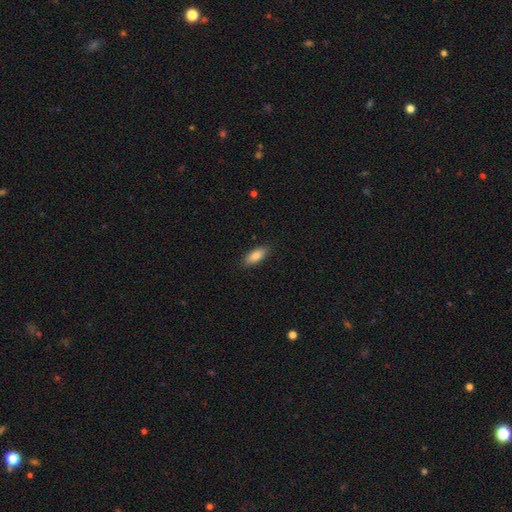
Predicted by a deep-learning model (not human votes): smooth-or-featured: smooth: 86% | featured or disk: 8% | star or artifact: 7%
  how-rounded: in between: 82% | cigar-shaped: 16% | round: 2%
  merging: none: 87% | minor disturbance: 10% | major disturbance: 2% | merger: 1%